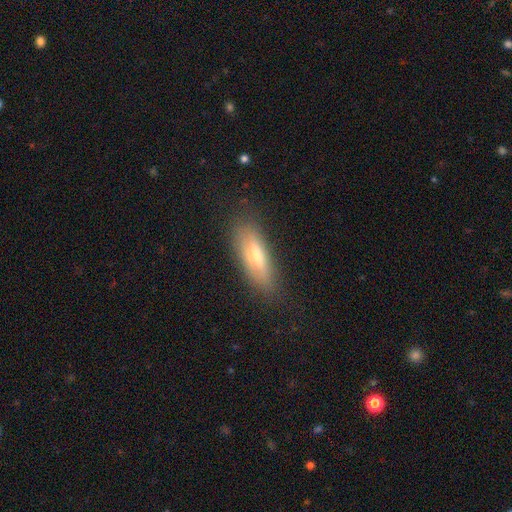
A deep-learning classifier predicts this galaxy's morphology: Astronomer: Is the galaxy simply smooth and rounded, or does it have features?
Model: smooth — 55% (runner-up: featured or disk, 38%).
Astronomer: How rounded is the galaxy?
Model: cigar-shaped — 52% (runner-up: in between, 45%).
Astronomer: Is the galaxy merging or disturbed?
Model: none — 81%.